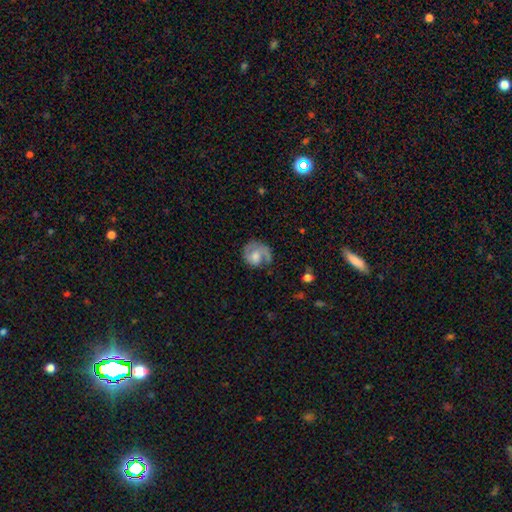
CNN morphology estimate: featured or disk 56%, smooth 37%, star or artifact 7%. Down the decision tree: edge-on disk — no (98%); bar — no (69%); spiral arms — yes (82%); bulge size — moderate (45%); merging — none (53%).